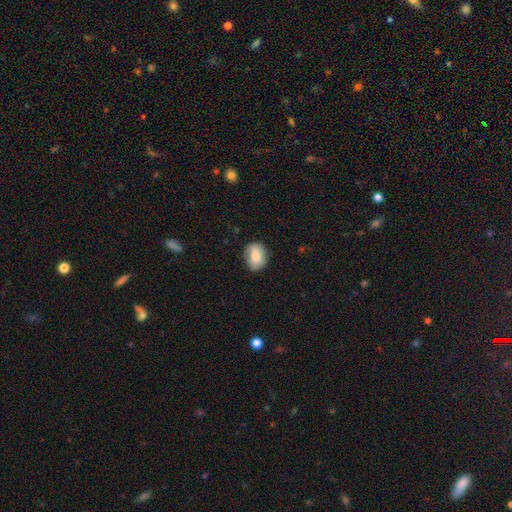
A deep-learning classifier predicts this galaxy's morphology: The model was most divided on "how rounded": round: 51%, in between: 48%, cigar-shaped: 1%. More confident: merging — none (79%); smooth or featured — smooth (77%).